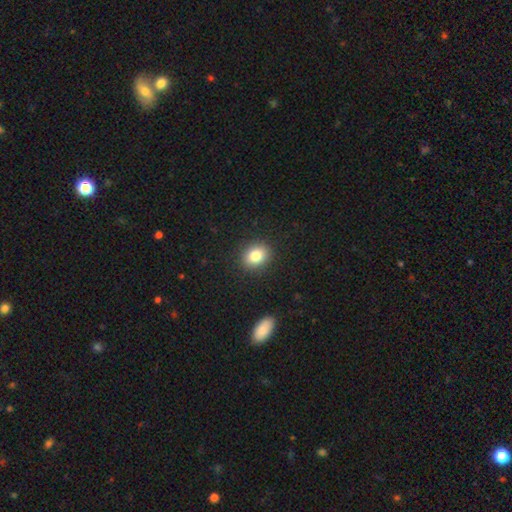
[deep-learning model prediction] Smooth or featured? smooth (82%)
How rounded? round (61%)
Merging? none (90%)